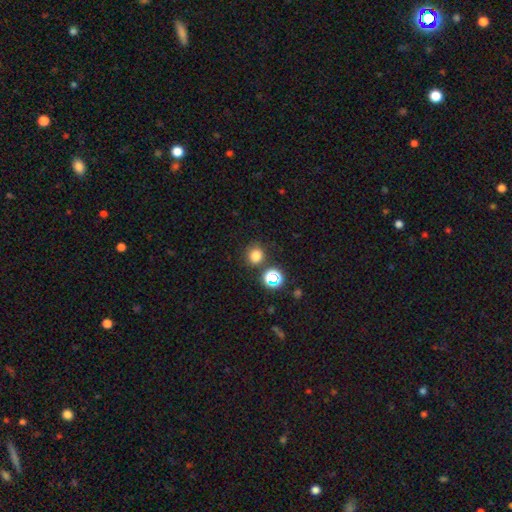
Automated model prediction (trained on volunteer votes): smooth 75%, star or artifact 19%, featured or disk 6%. Down the decision tree: how rounded — round (85%); merging — none (79%).